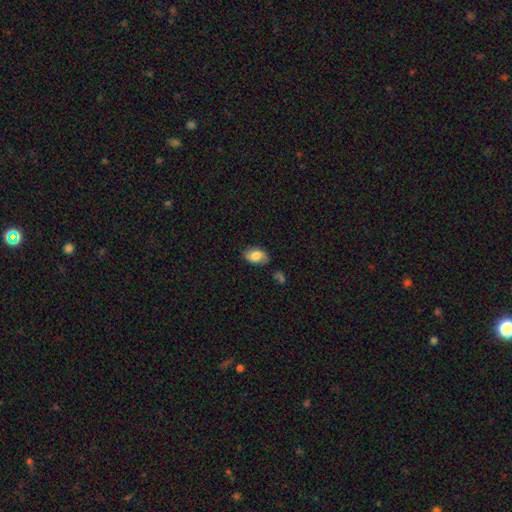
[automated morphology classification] This appears to be a smooth galaxy with no disk features (77%) that is in between round and cigar-shaped (88%). Merging: none (71%).